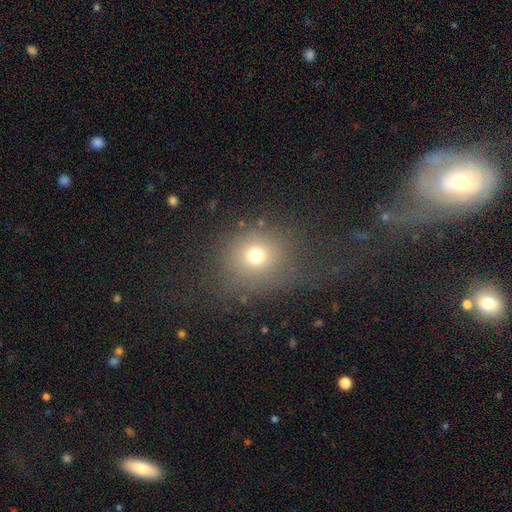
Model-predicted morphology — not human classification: A smooth galaxy with no disk features (70%) that is round (82%). Merging: none (72%).